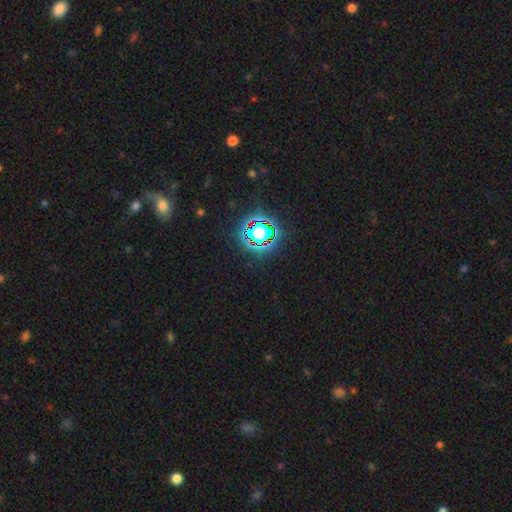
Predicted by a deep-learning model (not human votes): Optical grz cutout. It shows a star or artifact, not a galaxy (78%).